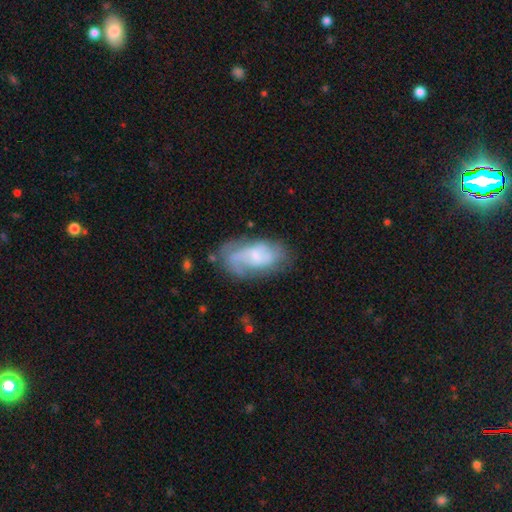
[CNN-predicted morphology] This is likely a featured or disk galaxy (61%). It is clearly not viewed edge-on (94%). Bar: possibly no (49%). Spiral arm pattern: likely yes (79%). Central bulge: possibly small (51%). Merging: possibly none (56%).